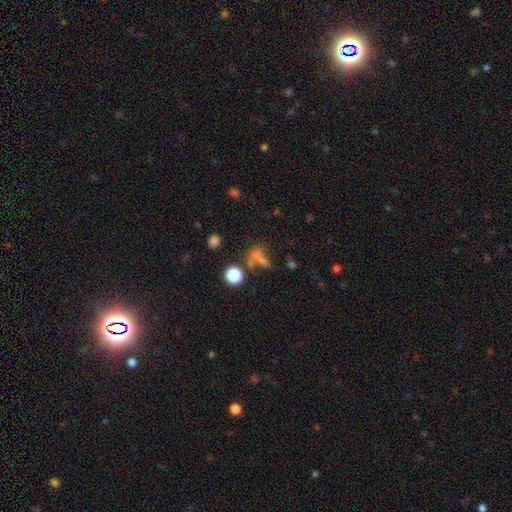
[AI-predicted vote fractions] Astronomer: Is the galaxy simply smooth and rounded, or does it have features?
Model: smooth — 60%.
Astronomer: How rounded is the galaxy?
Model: round — 48% (runner-up: in between, 40%).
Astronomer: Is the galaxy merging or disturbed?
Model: none — 42% (runner-up: merger, 32%).